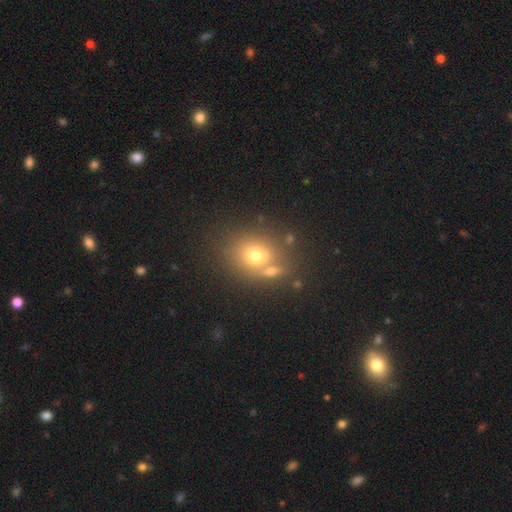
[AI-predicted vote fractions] smooth 67%, star or artifact 17%, featured or disk 16%. Down the decision tree: how rounded — round (63%); merging — none (56%).